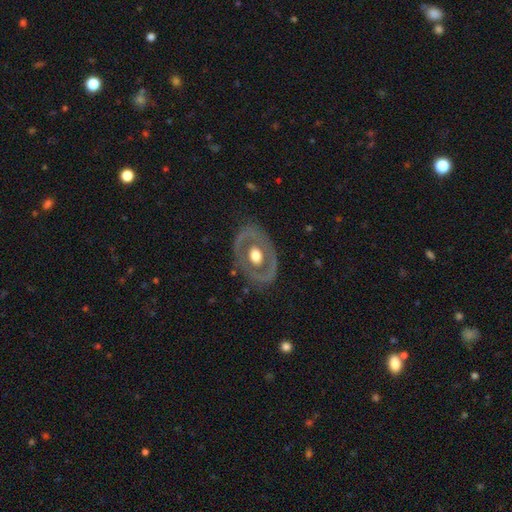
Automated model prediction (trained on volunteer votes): Overall: featured or disk (64%; smooth 31%). Edge-on disk: no (93%). Bar: no (85%). Spiral arms: no (80%). Bulge size: moderate (57%; large 36%). Merging: none (78%).